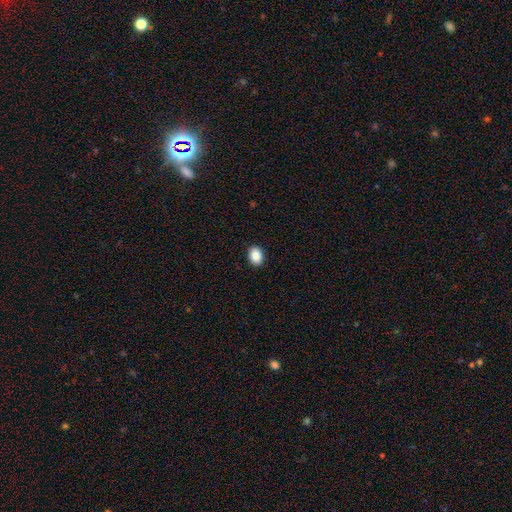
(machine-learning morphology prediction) This appears to be a smooth galaxy with no disk features (87%) that is in between round and cigar-shaped (70%). Merging: none (91%).